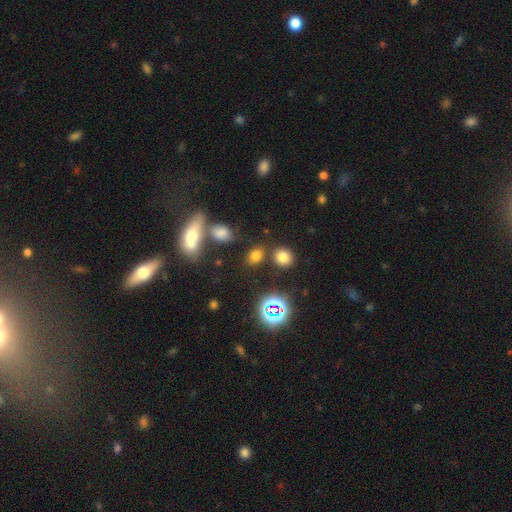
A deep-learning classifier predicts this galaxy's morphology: Smooth or featured?
  - smooth: 71% *
  - star or artifact: 21%
  - featured or disk: 8%
How rounded?
  - in between: 63% *
  - round: 34%
  - cigar-shaped: 3%
Merging?
  - none: 73% *
  - merger: 11%
  - minor disturbance: 11%
  - major disturbance: 5%